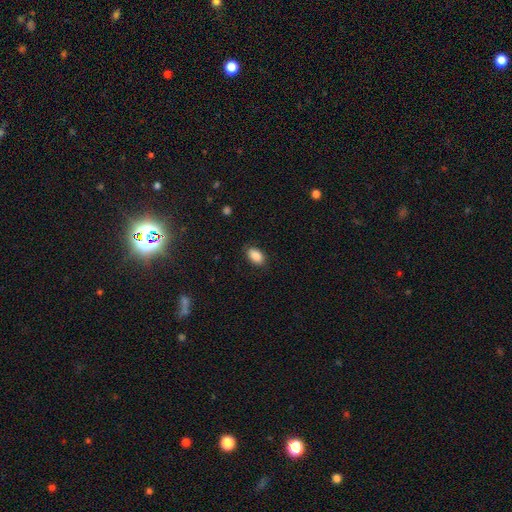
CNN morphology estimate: smooth_or_featured: smooth (p=0.89) [alt: star or artifact p=0.07]
how_rounded: in between (p=0.91) [alt: round p=0.08]
merging: none (p=0.84) [alt: minor disturbance p=0.12]